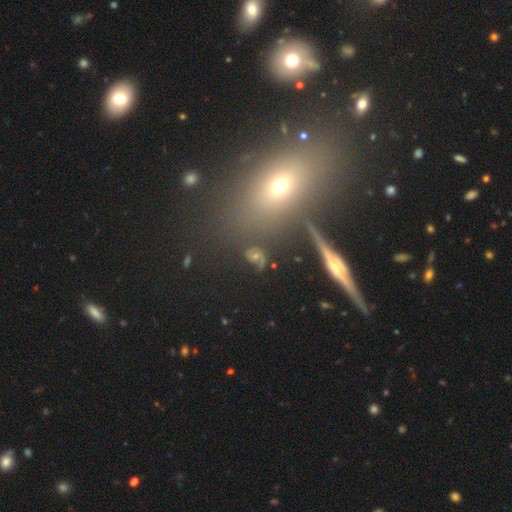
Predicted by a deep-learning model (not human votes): A smooth galaxy with no disk features (44%).

Vote fractions:
- Smooth or featured? smooth: 44% / featured or disk: 29% / star or artifact: 27%
- Merging? none: 73% / minor disturbance: 12% / merger: 8% / major disturbance: 7%